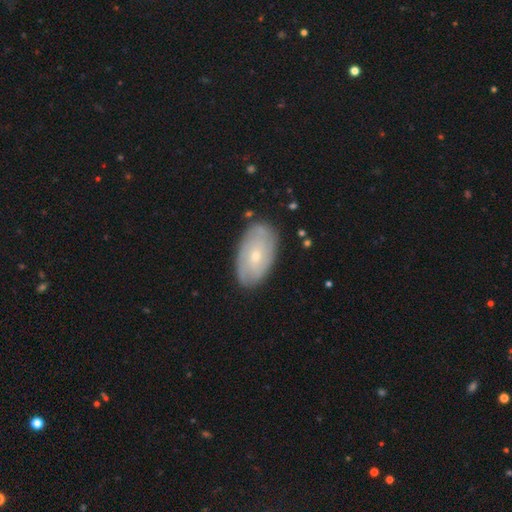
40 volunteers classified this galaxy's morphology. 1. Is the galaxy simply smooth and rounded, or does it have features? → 48% smooth (tied), 48% featured or disk (tied), 5% star or artifact.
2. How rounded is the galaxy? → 95% in between, 5% cigar-shaped, 0% round.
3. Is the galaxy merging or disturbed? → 82% none, 13% minor disturbance, 3% major disturbance, 3% merger.